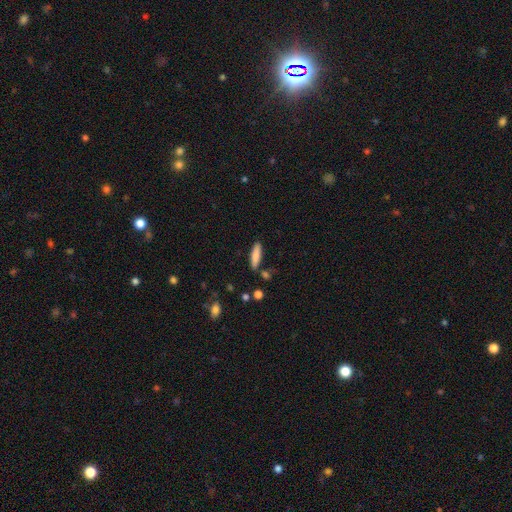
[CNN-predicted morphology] Smooth or featured? Predicted: smooth (p=0.84). How rounded? Predicted: cigar-shaped (p=0.69). Merging? Predicted: none (p=0.82).